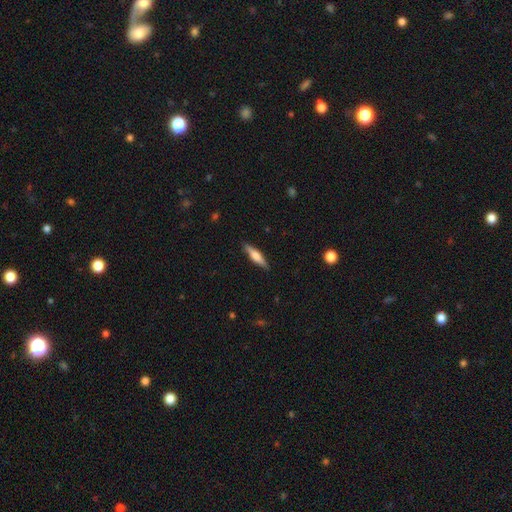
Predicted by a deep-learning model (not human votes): This is possibly a smooth galaxy (53%). How rounded: likely cigar-shaped (77%). Merging: clearly none (89%).